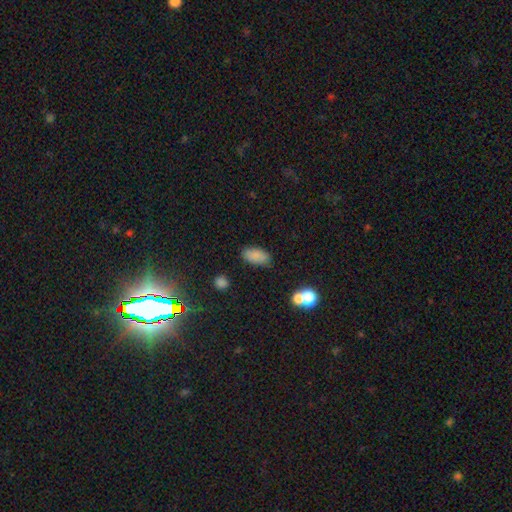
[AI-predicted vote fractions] A smooth galaxy with no disk features (86%) that is in between round and cigar-shaped (90%).

Vote fractions:
- Smooth or featured? smooth: 86% / star or artifact: 9% / featured or disk: 5%
- How rounded? in between: 90% / cigar-shaped: 6% / round: 3%
- Merging? none: 81% / minor disturbance: 12% / merger: 3% / major disturbance: 3%